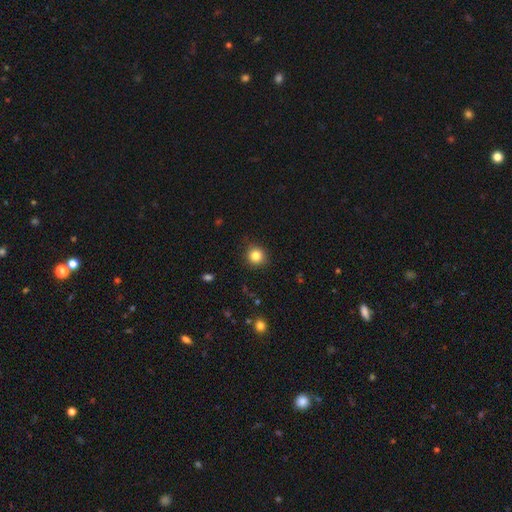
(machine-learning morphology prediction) smooth-or-featured: smooth: 83% | star or artifact: 11% | featured or disk: 5%
  how-rounded: round: 90% | in between: 9% | cigar-shaped: 1%
  merging: none: 86% | minor disturbance: 10% | major disturbance: 3% | merger: 1%